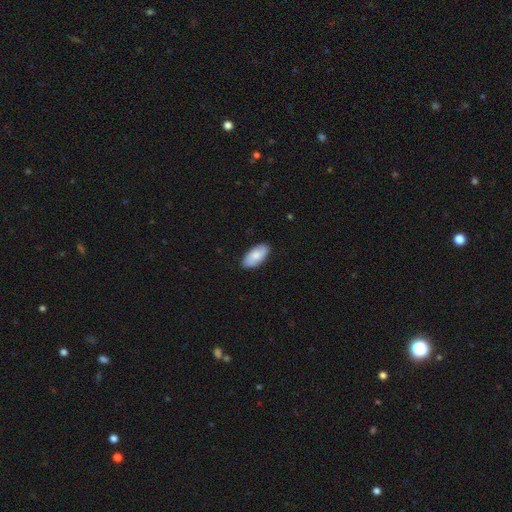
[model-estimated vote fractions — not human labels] This appears to be a smooth galaxy with no disk features (82%) that is in between round and cigar-shaped (93%). Merging: none (88%).